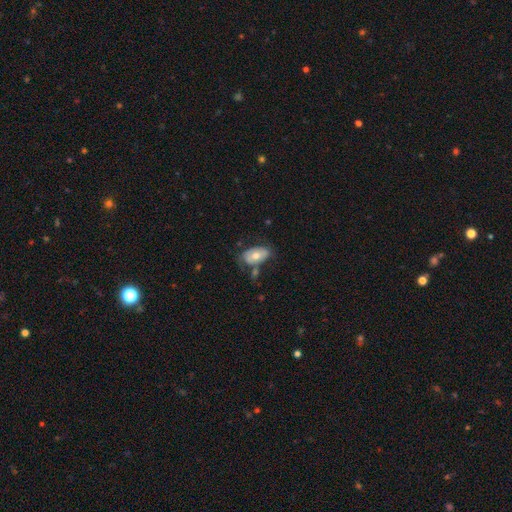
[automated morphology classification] A smooth galaxy with no disk features (63%) that is in between round and cigar-shaped (92%). Merging: none (52%).